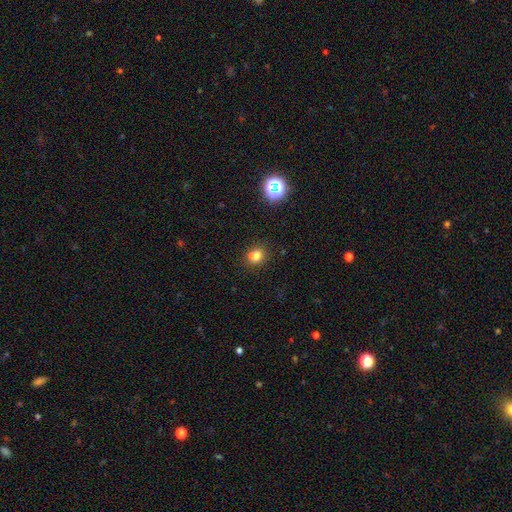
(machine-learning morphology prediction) Smooth or featured? smooth (73%)
How rounded? round (73%)
Merging? none (55%)